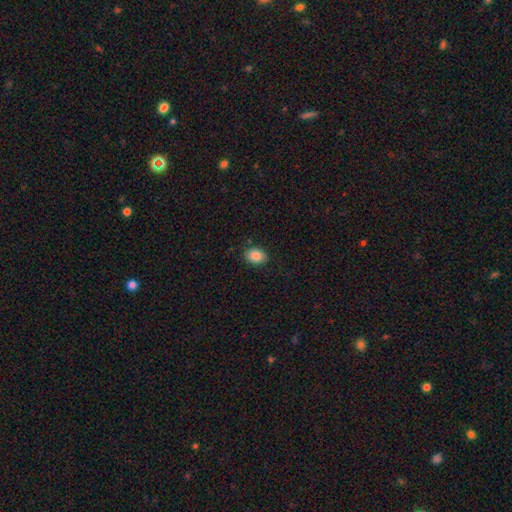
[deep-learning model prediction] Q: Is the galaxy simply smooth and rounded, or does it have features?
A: smooth — 87%.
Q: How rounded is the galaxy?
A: in between — 67%.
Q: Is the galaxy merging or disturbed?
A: none — 86%.